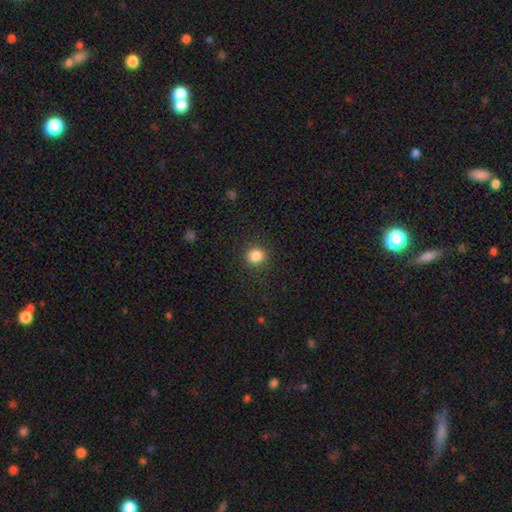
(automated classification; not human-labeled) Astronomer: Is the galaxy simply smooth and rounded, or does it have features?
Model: smooth — 85%.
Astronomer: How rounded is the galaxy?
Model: round — 89%.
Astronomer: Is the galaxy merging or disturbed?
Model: none — 89%.